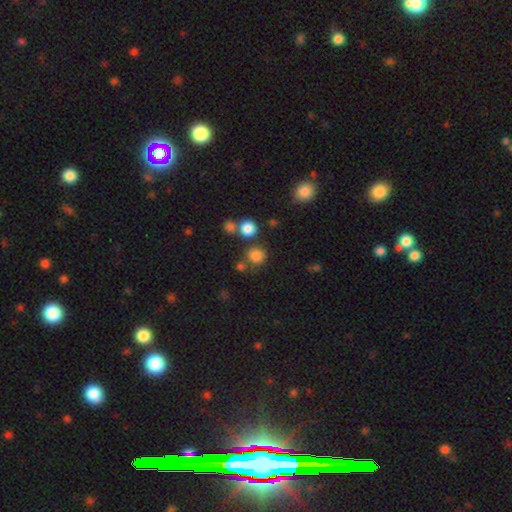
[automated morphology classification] smooth 80%, star or artifact 15%, featured or disk 5%. Down the decision tree: how rounded — round (88%); merging — none (69%).